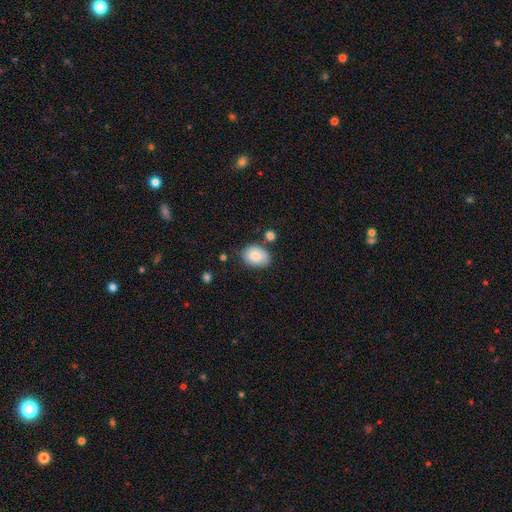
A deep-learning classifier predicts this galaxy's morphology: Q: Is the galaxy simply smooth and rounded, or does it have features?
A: smooth — 82%.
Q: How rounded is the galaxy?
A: in between — 74%.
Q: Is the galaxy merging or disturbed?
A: none — 72%.